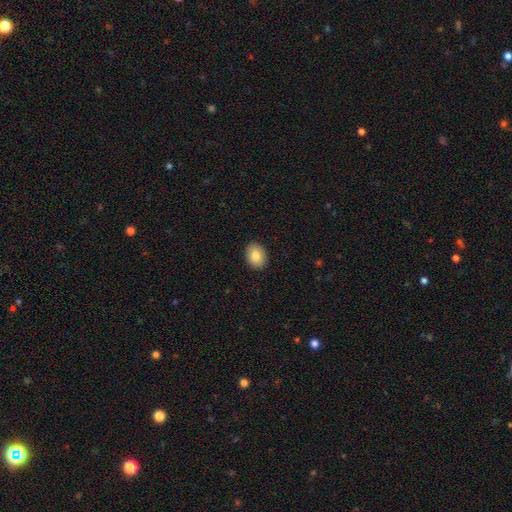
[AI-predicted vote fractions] The model was most divided on "how rounded": in between: 62%, round: 37%, cigar-shaped: 1%. More confident: merging — none (91%); smooth or featured — smooth (83%).